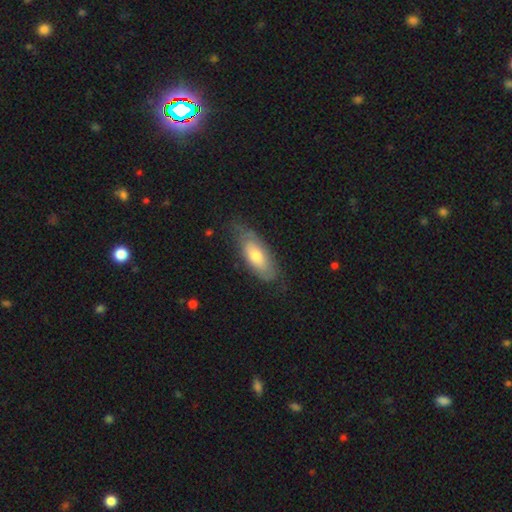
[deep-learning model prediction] Overall: smooth (54%; featured or disk 40%). How rounded: in between (77%). Merging: none (65%; minor disturbance 26%).